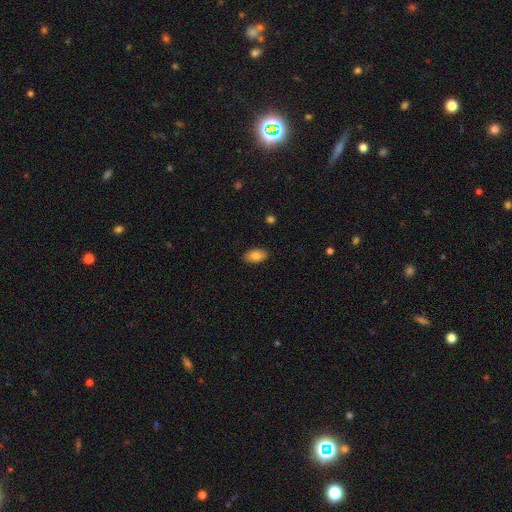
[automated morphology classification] Smooth or featured: smooth — 81% (featured or disk — 12%)
How rounded: in between — 92% (round — 6%)
Merging: none — 88% (minor disturbance — 9%)